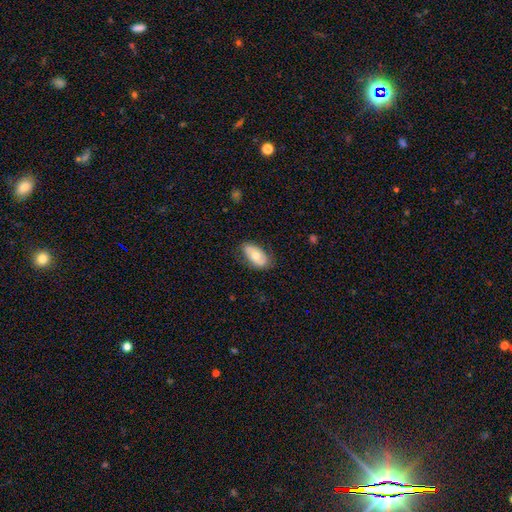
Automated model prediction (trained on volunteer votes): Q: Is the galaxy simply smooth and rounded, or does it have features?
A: smooth — 61%.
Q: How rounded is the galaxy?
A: in between — 93%.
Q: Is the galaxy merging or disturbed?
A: none — 76%.